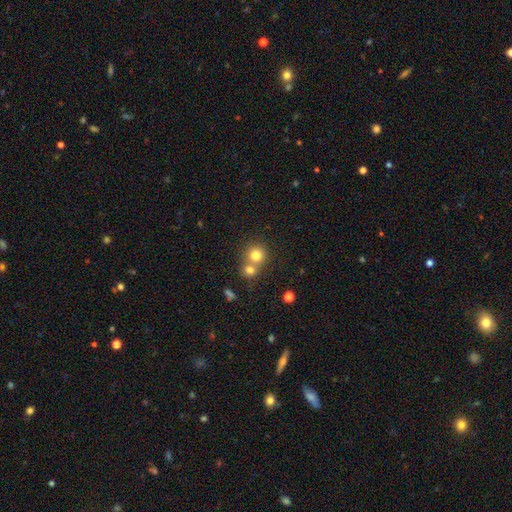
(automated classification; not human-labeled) Smooth or featured?
  - smooth: 78% *
  - star or artifact: 12%
  - featured or disk: 10%
How rounded?
  - round: 87% *
  - in between: 12%
  - cigar-shaped: 1%
Merging?
  - merger: 47% *
  - none: 45%
  - minor disturbance: 6%
  - major disturbance: 2%